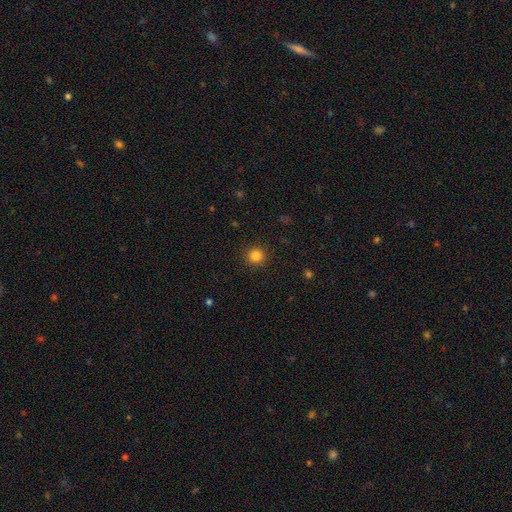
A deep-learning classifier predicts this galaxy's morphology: Q: Smooth or featured?
A: smooth (84%); runner-up: star or artifact (12%)
Q: How rounded?
A: round (94%); runner-up: in between (5%)
Q: Merging?
A: none (92%); runner-up: minor disturbance (5%)